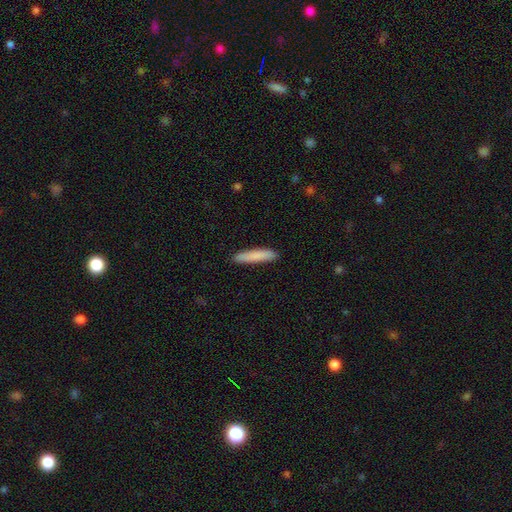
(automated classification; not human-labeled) Smooth or featured?
  - smooth: 84% *
  - featured or disk: 11%
  - star or artifact: 6%
How rounded?
  - cigar-shaped: 88% *
  - in between: 11%
  - round: 1%
Merging?
  - none: 90% *
  - minor disturbance: 7%
  - major disturbance: 1%
  - merger: 1%